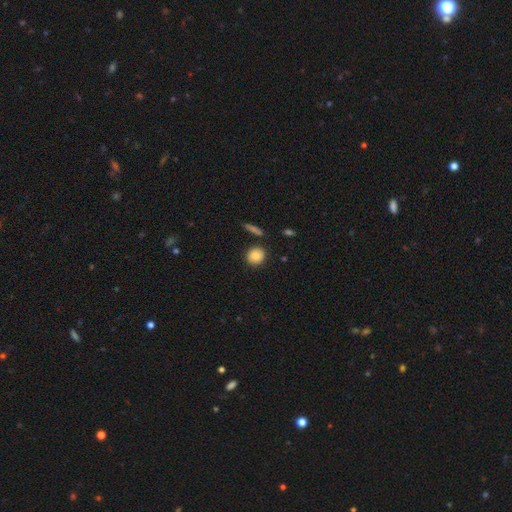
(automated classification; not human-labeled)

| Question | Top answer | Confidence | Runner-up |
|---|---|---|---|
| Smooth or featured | smooth | 84% | star or artifact (8%) |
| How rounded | round | 80% | in between (19%) |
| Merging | none | 83% | minor disturbance (11%) |